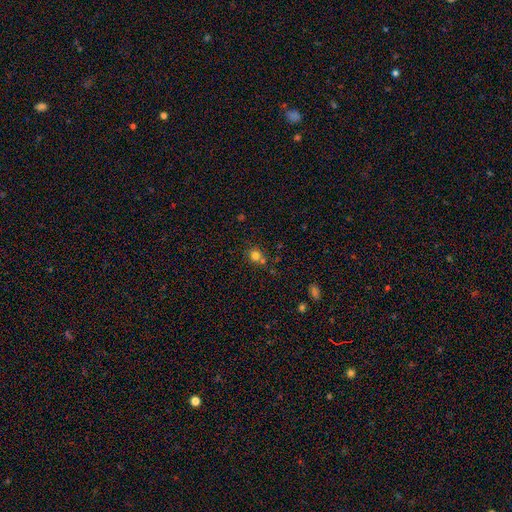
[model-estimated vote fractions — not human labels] A smooth galaxy with no disk features (76%) that is round (85%).

Vote fractions:
- Smooth or featured? smooth: 76% / star or artifact: 17% / featured or disk: 7%
- How rounded? round: 85% / in between: 14% / cigar-shaped: 1%
- Merging? none: 59% / merger: 26% / minor disturbance: 11% / major disturbance: 4%